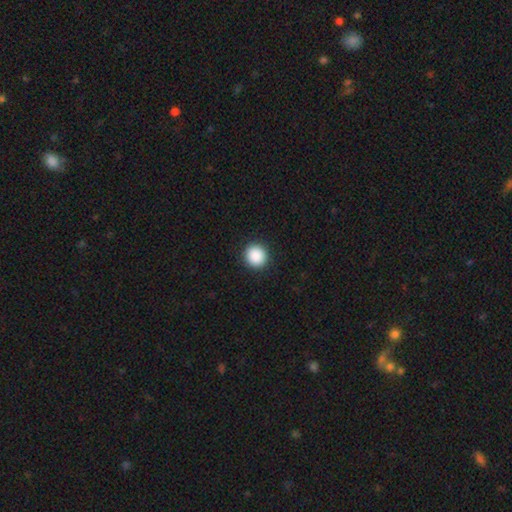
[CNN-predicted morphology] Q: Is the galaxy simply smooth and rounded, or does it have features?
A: smooth — 89%.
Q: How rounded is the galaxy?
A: round — 94%.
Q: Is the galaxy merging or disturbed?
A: none — 93%.